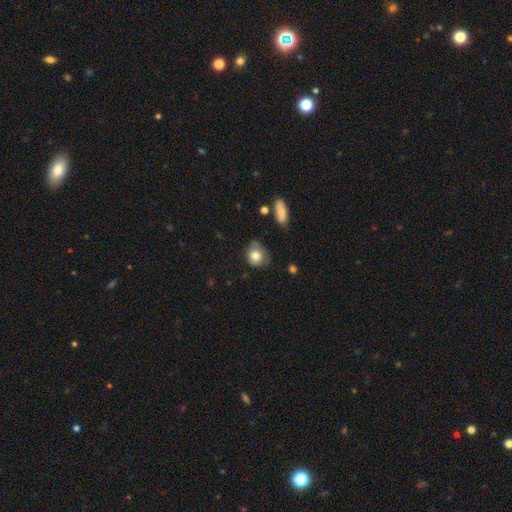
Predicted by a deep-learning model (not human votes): Q: Smooth or featured?
A: smooth (79%); runner-up: featured or disk (12%)
Q: How rounded?
A: round (71%); runner-up: in between (28%)
Q: Merging?
A: none (57%); runner-up: minor disturbance (32%)